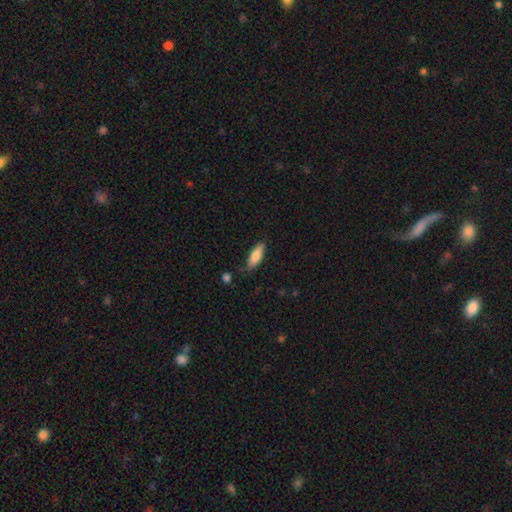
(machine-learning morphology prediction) Overall: smooth (80%). How rounded: in between (58%; cigar-shaped 40%). Merging: none (80%).